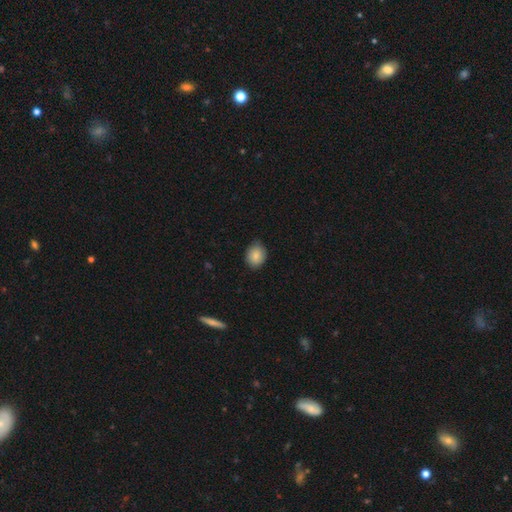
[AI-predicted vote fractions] smooth_or_featured: smooth (p=0.87) [alt: star or artifact p=0.08]
how_rounded: in between (p=0.50) [alt: round p=0.49]
merging: none (p=0.80) [alt: minor disturbance p=0.16]